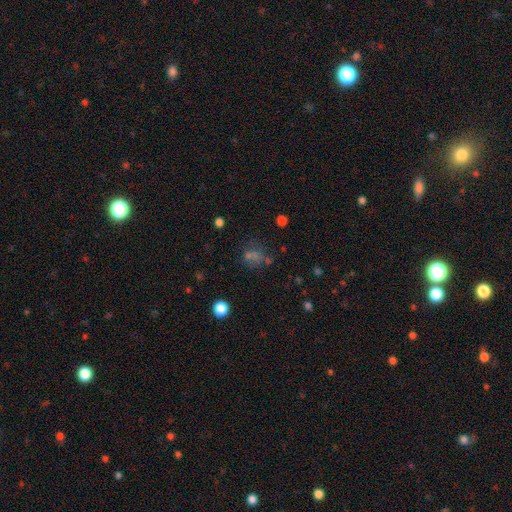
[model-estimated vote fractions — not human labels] This is possibly a smooth galaxy (49%). Merging: possibly none (56%).